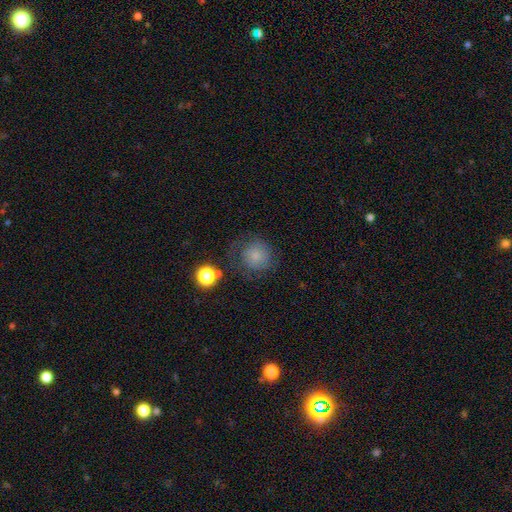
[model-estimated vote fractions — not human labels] The model was most divided on "merging": none: 66%, minor disturbance: 19%, major disturbance: 12%, merger: 3%. More confident: how rounded — round (89%); smooth or featured — smooth (68%).